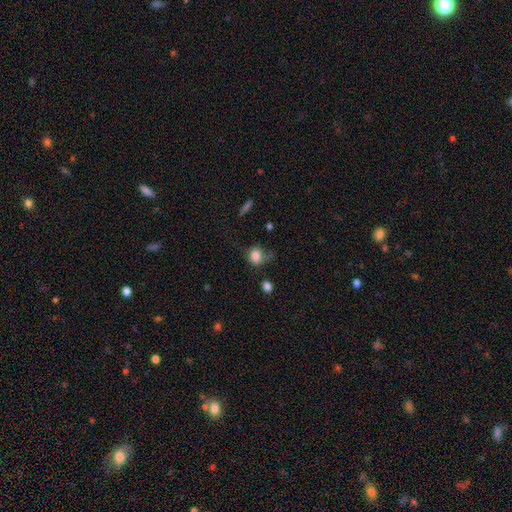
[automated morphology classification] Smooth or featured: smooth — 79% (featured or disk — 11%)
How rounded: round — 50% (in between — 49%)
Merging: none — 43% (minor disturbance — 30%)